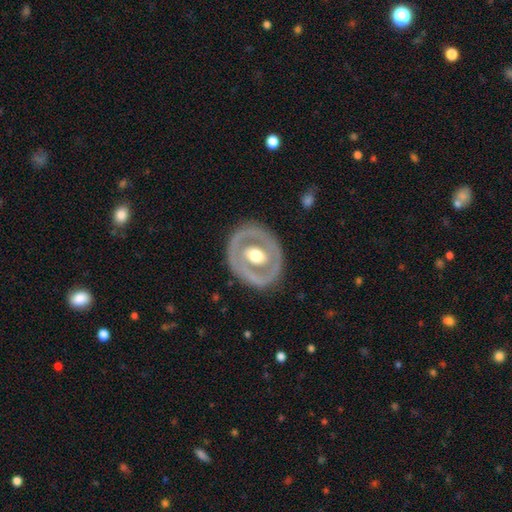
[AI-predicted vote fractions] Smooth or featured? featured or disk (66%)
Edge-on disk? no (94%)
Bar? no (73%)
Spiral arms? no (84%)
Bulge size? moderate (68%)
Merging? none (80%)